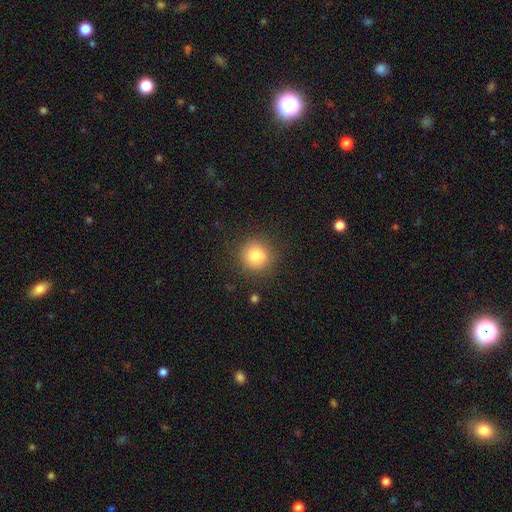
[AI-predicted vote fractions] smooth-or-featured: smooth: 80% | star or artifact: 11% | featured or disk: 9%
  how-rounded: round: 92% | in between: 7% | cigar-shaped: 1%
  merging: none: 86% | minor disturbance: 9% | major disturbance: 3% | merger: 1%